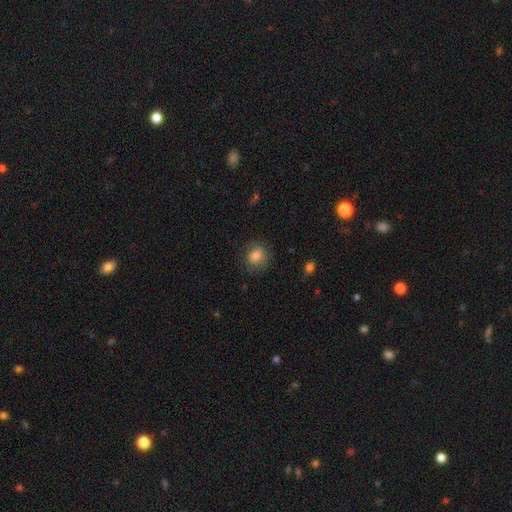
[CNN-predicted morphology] Smooth or featured? smooth (75%)
How rounded? round (65%)
Merging? none (71%)